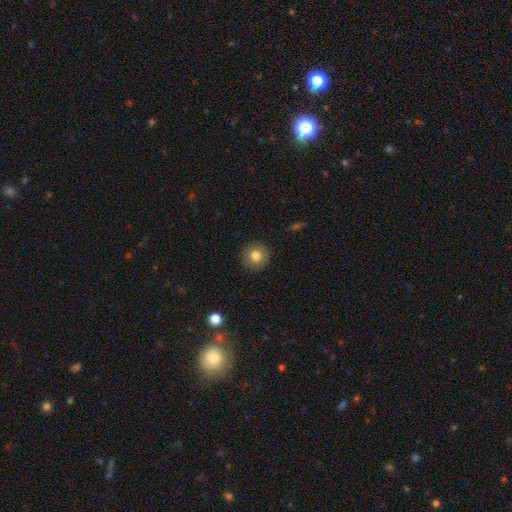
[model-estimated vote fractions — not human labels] smooth 80%, featured or disk 10%, star or artifact 10%. Down the decision tree: how rounded — round (94%); merging — none (91%).